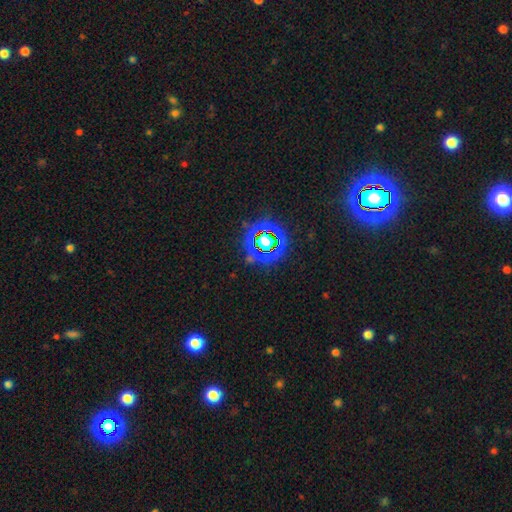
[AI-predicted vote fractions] Overall: star or artifact (75%).